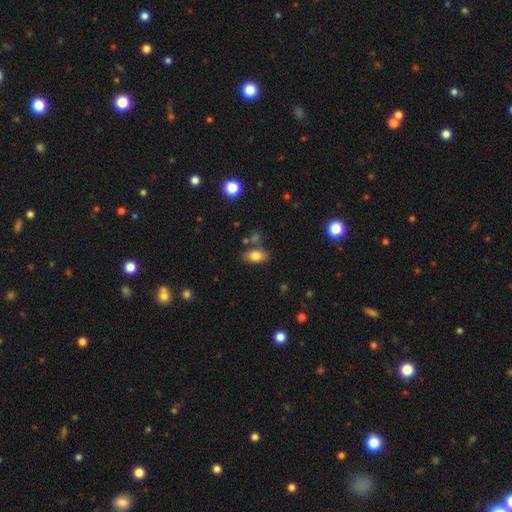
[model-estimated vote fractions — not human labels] smooth 80%, featured or disk 11%, star or artifact 9%. Down the decision tree: how rounded — in between (88%); merging — none (73%).